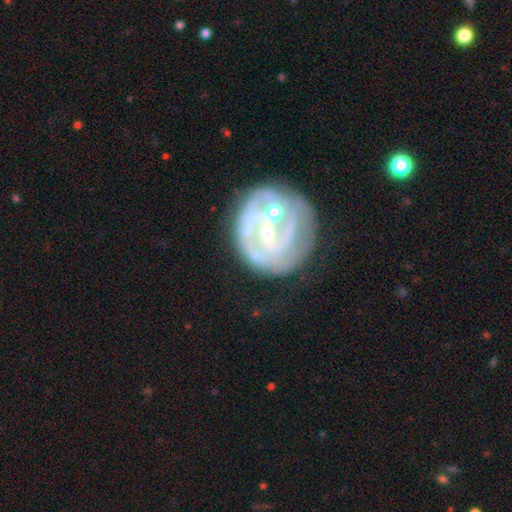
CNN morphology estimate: Smooth or featured? Predicted: featured or disk (p=0.73). Edge-on disk? Predicted: no (p=0.97). Bar? Predicted: no (p=0.42). Spiral arms? Predicted: yes (p=0.59). Bulge size? Predicted: small (p=0.52). Merging? Predicted: none (p=0.49).